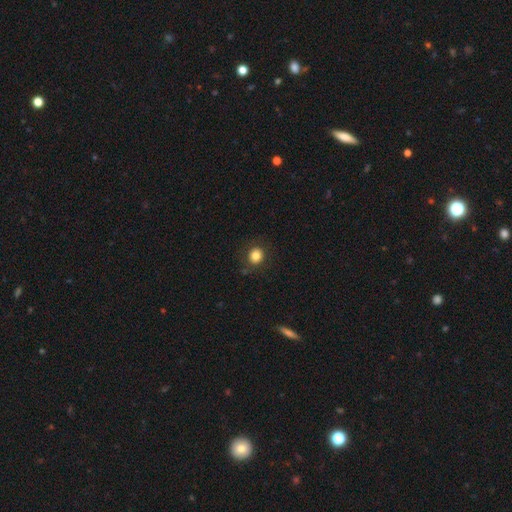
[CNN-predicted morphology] Smooth or featured? Predicted: smooth (p=0.82). How rounded? Predicted: round (p=0.82). Merging? Predicted: none (p=0.86).